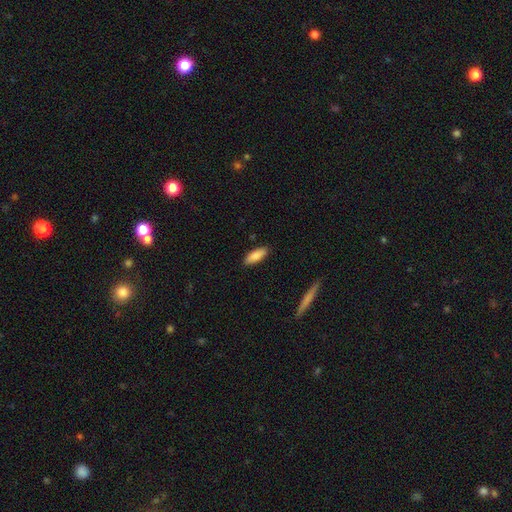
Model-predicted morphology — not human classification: The model was most divided on "how rounded": in between: 70%, cigar-shaped: 28%, round: 2%. More confident: merging — none (88%); smooth or featured — smooth (85%).